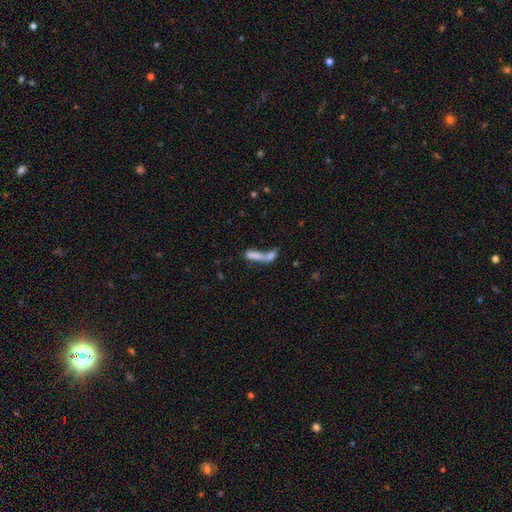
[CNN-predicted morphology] A smooth galaxy with no disk features (68%) that is cigar-shaped (55%).

Vote fractions:
- Smooth or featured? smooth: 68% / featured or disk: 20% / star or artifact: 11%
- How rounded? cigar-shaped: 55% / in between: 40% / round: 4%
- Merging? merger: 65% / none: 19% / major disturbance: 9% / minor disturbance: 8%